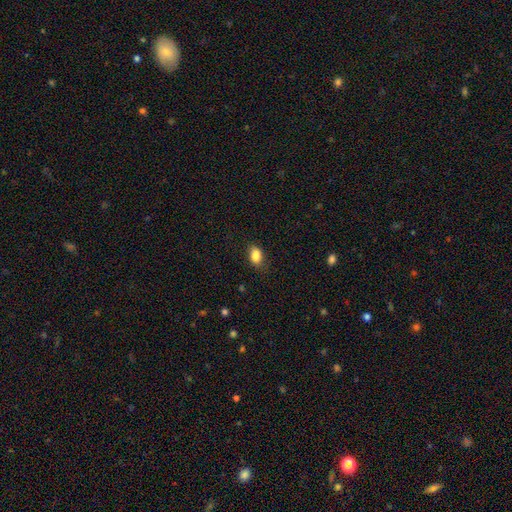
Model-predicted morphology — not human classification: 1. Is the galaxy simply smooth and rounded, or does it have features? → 86% smooth, 9% star or artifact, 6% featured or disk.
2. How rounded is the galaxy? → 85% in between, 12% round, 2% cigar-shaped.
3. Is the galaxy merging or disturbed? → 74% none, 20% minor disturbance, 5% major disturbance, 1% merger.